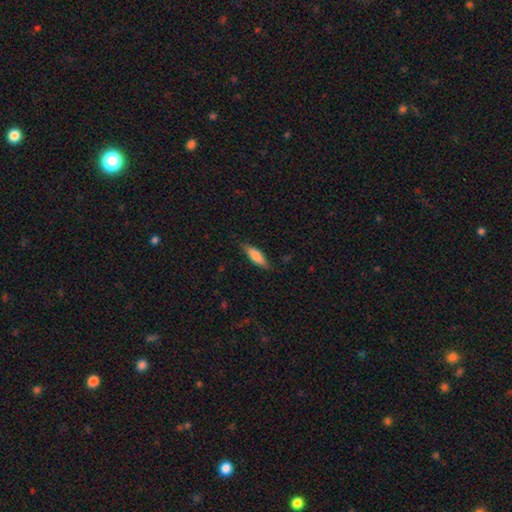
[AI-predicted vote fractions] The model was most divided on "how rounded": cigar-shaped: 51%, in between: 48%, round: 2%. More confident: merging — none (81%); smooth or featured — smooth (77%).